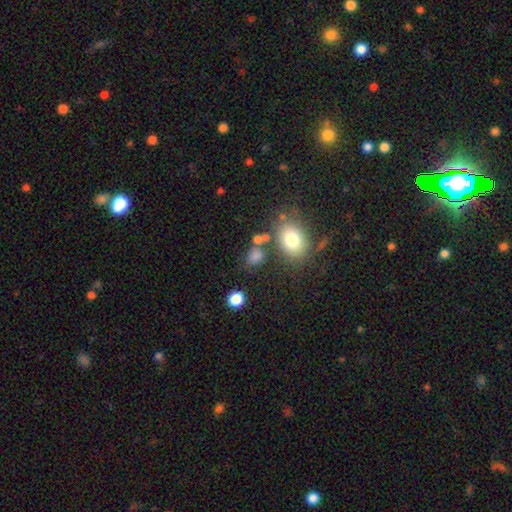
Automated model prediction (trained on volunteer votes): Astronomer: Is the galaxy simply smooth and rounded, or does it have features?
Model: smooth — 77%.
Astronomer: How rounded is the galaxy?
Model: in between — 50% (runner-up: round, 48%).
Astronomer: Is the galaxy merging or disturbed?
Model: none — 61%.